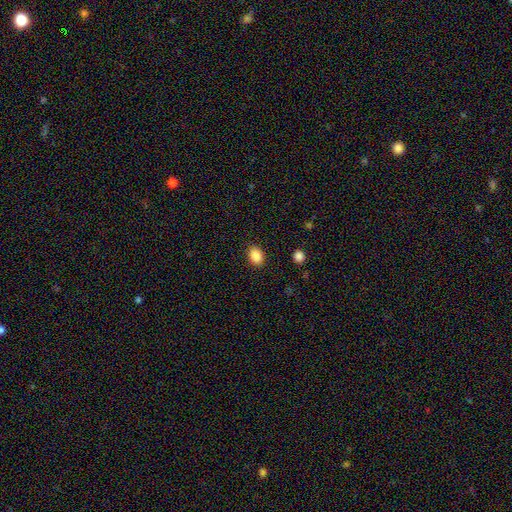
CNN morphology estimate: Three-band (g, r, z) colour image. It shows a smooth galaxy with no disk features (88%) that is in between round and cigar-shaped (75%). Merging: none (89%).